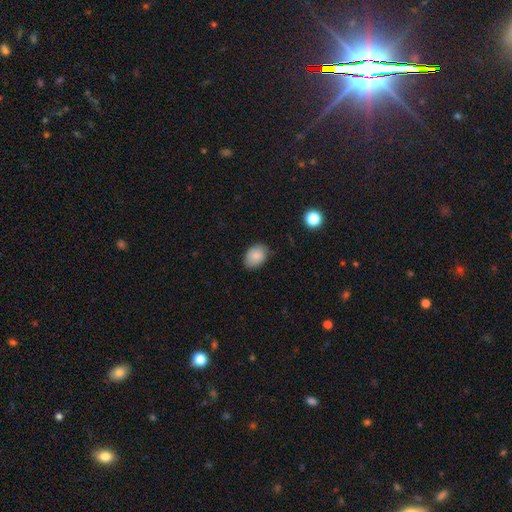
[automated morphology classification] smooth 84%, featured or disk 8%, star or artifact 8%. Down the decision tree: how rounded — in between (73%); merging — none (79%).